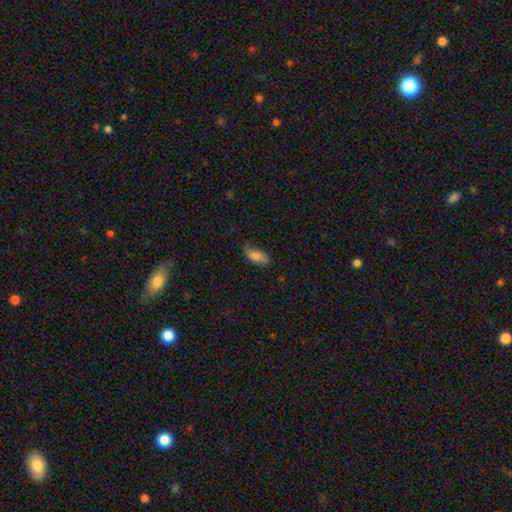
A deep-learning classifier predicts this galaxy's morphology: Overall: smooth (76%). How rounded: in between (86%). Merging: none (60%; minor disturbance 30%).